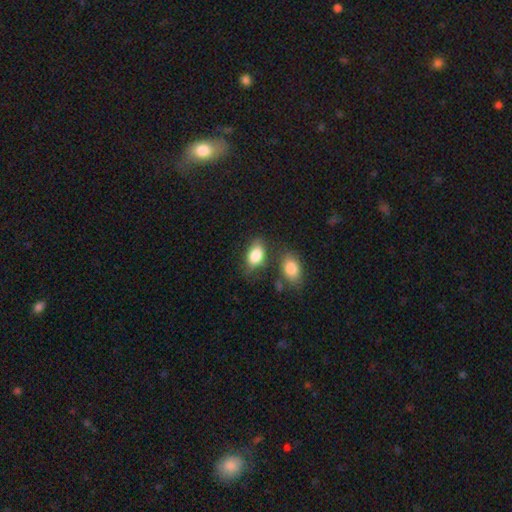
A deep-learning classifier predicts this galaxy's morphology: smooth-or-featured: smooth: 85% | featured or disk: 8% | star or artifact: 7%
  how-rounded: in between: 90% | round: 8% | cigar-shaped: 2%
  merging: none: 58% | minor disturbance: 21% | merger: 14% | major disturbance: 7%